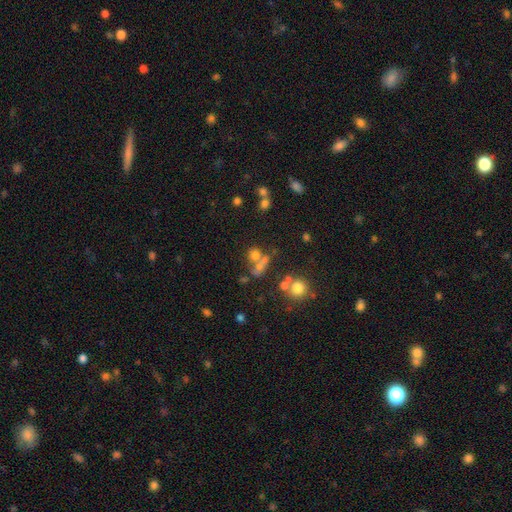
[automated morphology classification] smooth_or_featured: smooth (p=0.59) [alt: star or artifact p=0.23]
how_rounded: round (p=0.71) [alt: in between p=0.26]
merging: none (p=0.43) [alt: merger p=0.40]